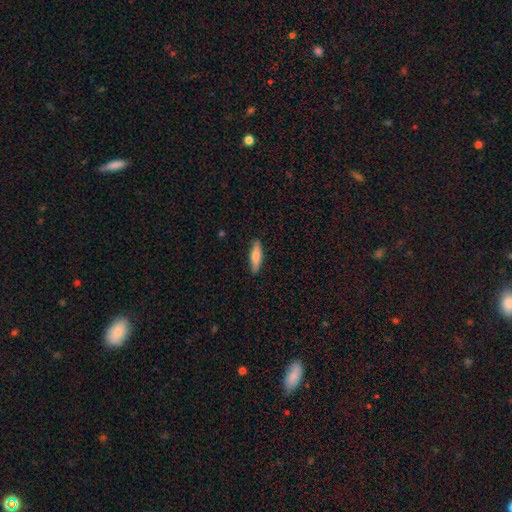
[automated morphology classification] A smooth galaxy with no disk features (68%) that is cigar-shaped (73%).

Vote fractions:
- Smooth or featured? smooth: 68% / featured or disk: 26% / star or artifact: 6%
- How rounded? cigar-shaped: 73% / in between: 25% / round: 2%
- Merging? none: 87% / minor disturbance: 10% / major disturbance: 2% / merger: 1%